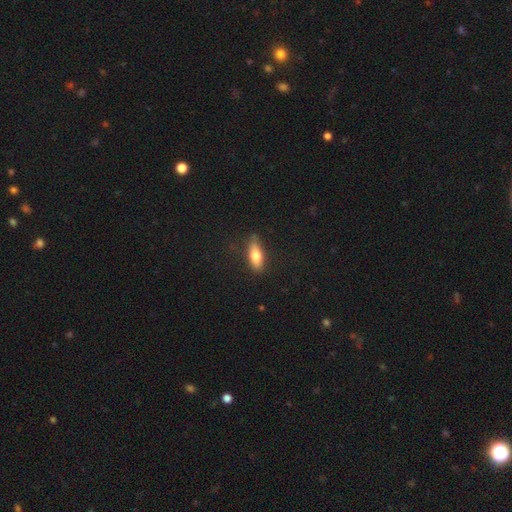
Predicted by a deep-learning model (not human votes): A smooth galaxy with no disk features (71%) that is in between round and cigar-shaped (65%).

Vote fractions:
- Smooth or featured? smooth: 71% / featured or disk: 22% / star or artifact: 7%
- How rounded? in between: 65% / cigar-shaped: 32% / round: 3%
- Merging? none: 78% / minor disturbance: 17% / major disturbance: 4% / merger: 1%